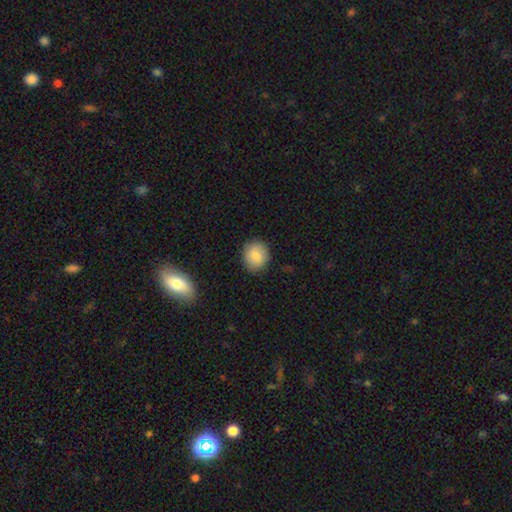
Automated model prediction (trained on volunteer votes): smooth_or_featured: smooth (p=0.81) [alt: featured or disk p=0.11]
how_rounded: round (p=0.82) [alt: in between p=0.17]
merging: none (p=0.87) [alt: minor disturbance p=0.10]